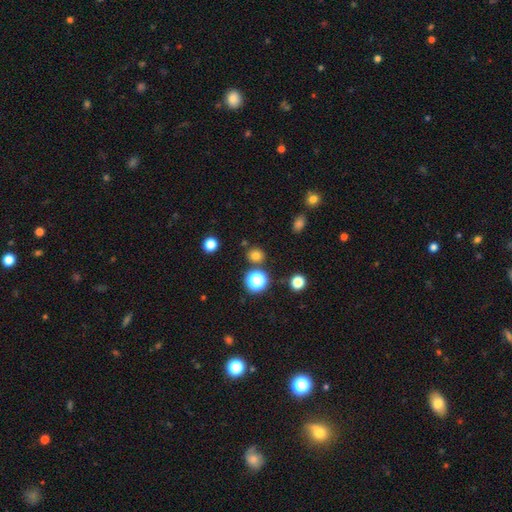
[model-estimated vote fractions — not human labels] smooth 74%, star or artifact 20%, featured or disk 6%. Down the decision tree: how rounded — round (82%); merging — none (83%).